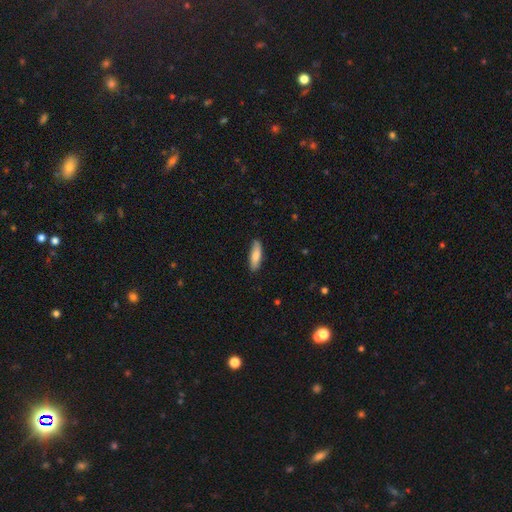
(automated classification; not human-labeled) This appears to be a smooth galaxy with no disk features (79%) that is cigar-shaped (54%). Merging: none (85%).